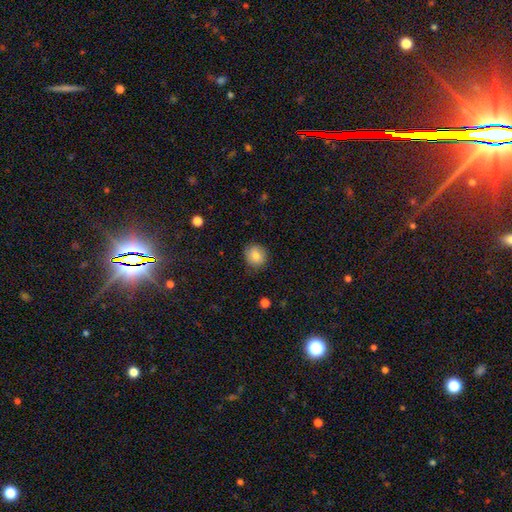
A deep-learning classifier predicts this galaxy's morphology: This appears to be a smooth galaxy with no disk features (80%) that is round (80%). Merging: none (80%).